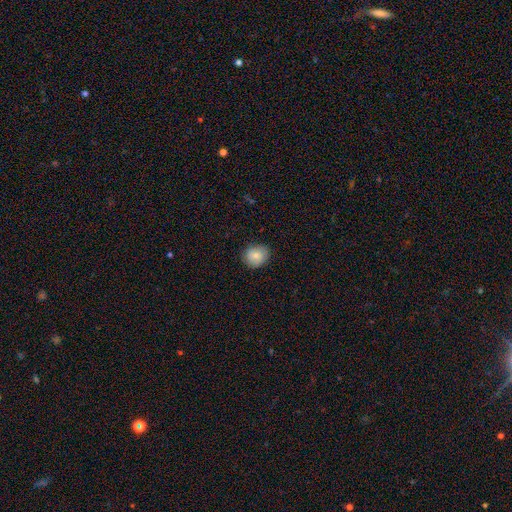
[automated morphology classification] Smooth or featured: smooth — 84% (star or artifact — 8%)
How rounded: round — 69% (in between — 30%)
Merging: none — 84% (minor disturbance — 12%)